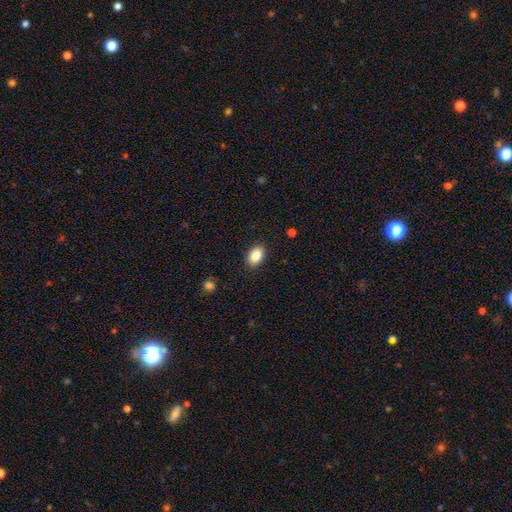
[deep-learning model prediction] smooth-or-featured: smooth: 86% | star or artifact: 8% | featured or disk: 5%
  how-rounded: in between: 85% | round: 14% | cigar-shaped: 1%
  merging: none: 89% | minor disturbance: 8% | major disturbance: 2% | merger: 1%